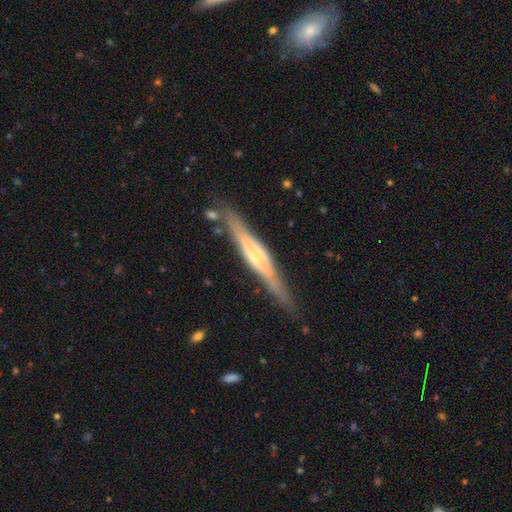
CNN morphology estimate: smooth_or_featured: featured or disk (p=0.76) [alt: smooth p=0.18]
disk_edge_on: yes (p=0.95) [alt: no p=0.05]
edge_on_bulge: rounded (p=0.62) [alt: boxy p=0.23]
merging: none (p=0.83) [alt: minor disturbance p=0.12]